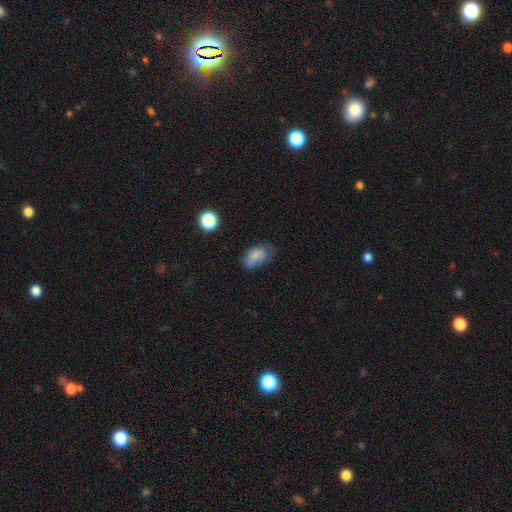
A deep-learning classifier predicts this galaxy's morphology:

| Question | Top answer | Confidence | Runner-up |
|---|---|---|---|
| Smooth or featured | smooth | 76% | featured or disk (14%) |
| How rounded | in between | 89% | round (9%) |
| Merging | none | 46% | minor disturbance (36%) |